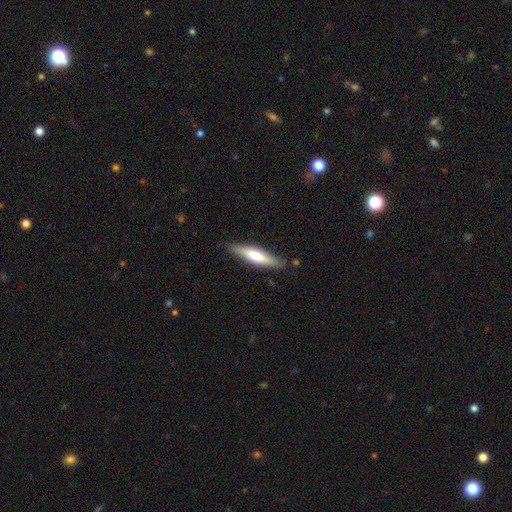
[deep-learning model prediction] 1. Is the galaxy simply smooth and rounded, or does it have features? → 61% smooth, 34% featured or disk, 5% star or artifact.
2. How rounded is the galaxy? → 81% cigar-shaped, 17% in between, 1% round.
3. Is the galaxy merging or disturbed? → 85% none, 12% minor disturbance, 2% major disturbance, 2% merger.